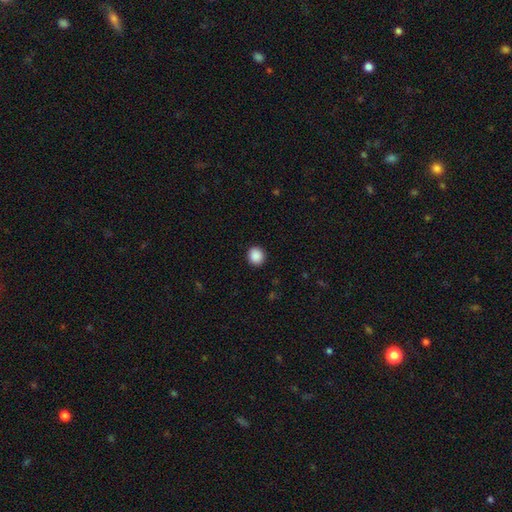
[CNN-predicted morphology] This appears to be a smooth galaxy with no disk features (90%) that is round (83%). Merging: none (92%).